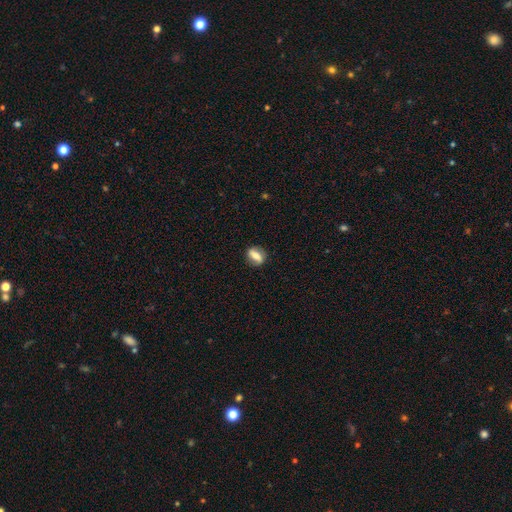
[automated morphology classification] Smooth or featured?
  - smooth: 56% *
  - featured or disk: 36%
  - star or artifact: 8%
How rounded?
  - in between: 62% *
  - round: 24%
  - cigar-shaped: 14%
Merging?
  - none: 83% *
  - minor disturbance: 12%
  - major disturbance: 4%
  - merger: 1%